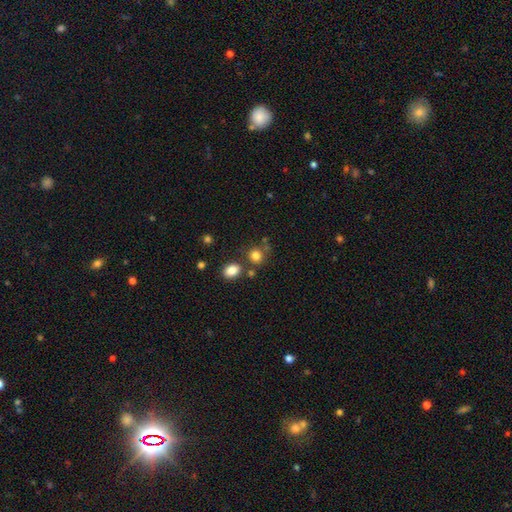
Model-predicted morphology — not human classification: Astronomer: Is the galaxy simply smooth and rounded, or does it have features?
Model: smooth — 81%.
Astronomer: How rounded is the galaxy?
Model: round — 79%.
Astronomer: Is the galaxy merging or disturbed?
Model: none — 68%.